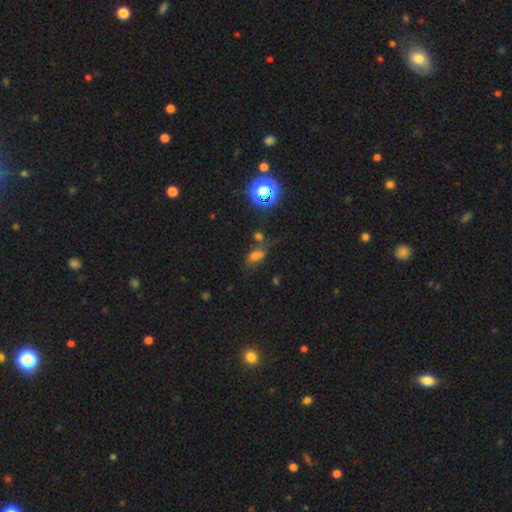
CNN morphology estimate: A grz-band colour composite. It shows a smooth galaxy with no disk features (54%) that is in between round and cigar-shaped (71%). Merging: none (45%).